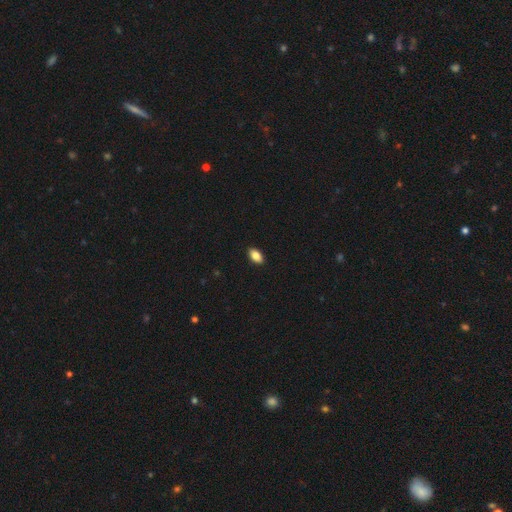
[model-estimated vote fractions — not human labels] A smooth galaxy with no disk features (86%) that is in between round and cigar-shaped (92%).

Vote fractions:
- Smooth or featured? smooth: 86% / star or artifact: 8% / featured or disk: 6%
- How rounded? in between: 92% / round: 6% / cigar-shaped: 2%
- Merging? none: 90% / minor disturbance: 7% / major disturbance: 2% / merger: 1%